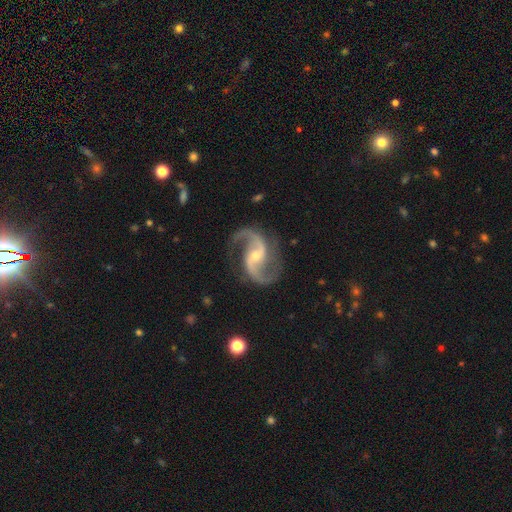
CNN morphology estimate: smooth-or-featured: featured or disk: 94% | star or artifact: 4% | smooth: 2%
  disk-edge-on: no: 98% | yes: 2%
    bar: weak: 40% | no: 36% | strong: 24%
    has-spiral-arms: yes: 98% | no: 2%
      spiral-winding: medium: 49% | loose: 43% | tight: 8%
      spiral-arm-count: 2: 94% | 3: 1% | can't tell: 1% | 1: 1% | 4: 1% | more than 4: 1%
    bulge-size: small: 62% | moderate: 34% | none: 2% | large: 1% | dominant: 1%
  merging: none: 82% | minor disturbance: 12% | major disturbance: 5% | merger: 2%